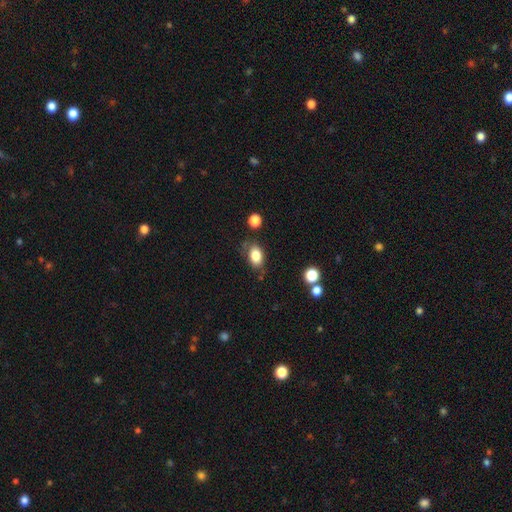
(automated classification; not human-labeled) A smooth galaxy with no disk features (83%) that is in between round and cigar-shaped (84%).

Vote fractions:
- Smooth or featured? smooth: 83% / star or artifact: 9% / featured or disk: 8%
- How rounded? in between: 84% / round: 15% / cigar-shaped: 2%
- Merging? none: 70% / minor disturbance: 20% / major disturbance: 5% / merger: 5%